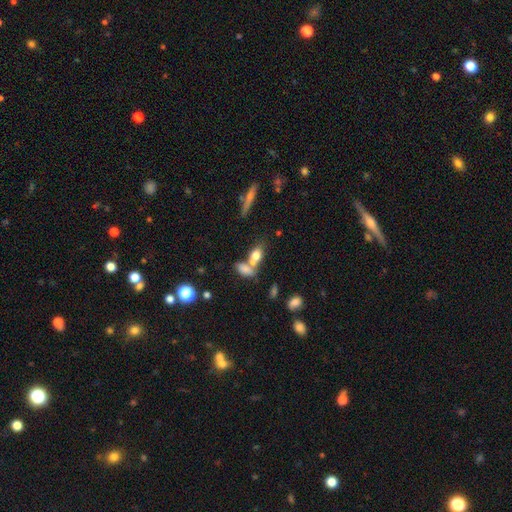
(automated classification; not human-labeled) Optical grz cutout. It shows a smooth galaxy with no disk features (74%) that is in between round and cigar-shaped (79%). Merging: merger (49%).